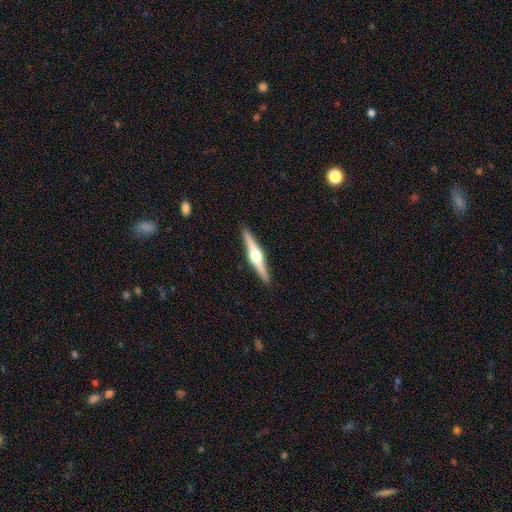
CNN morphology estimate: This is likely a featured or disk galaxy (76%). It is clearly viewed edge-on (98%). Edge-on bulge: clearly rounded (95%). Merging: clearly none (92%).